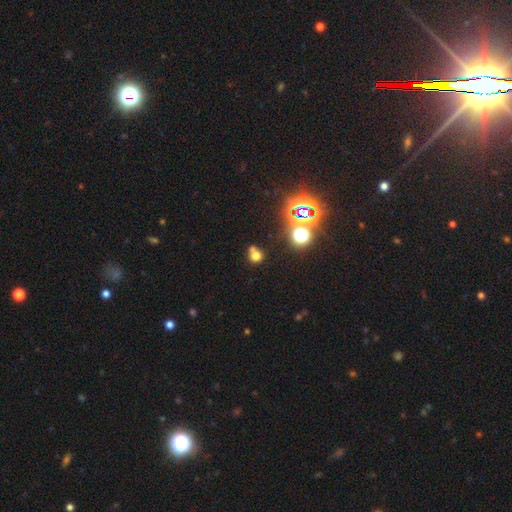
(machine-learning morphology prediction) smooth 65%, star or artifact 25%, featured or disk 10%. Down the decision tree: how rounded — round (83%); merging — none (52%).